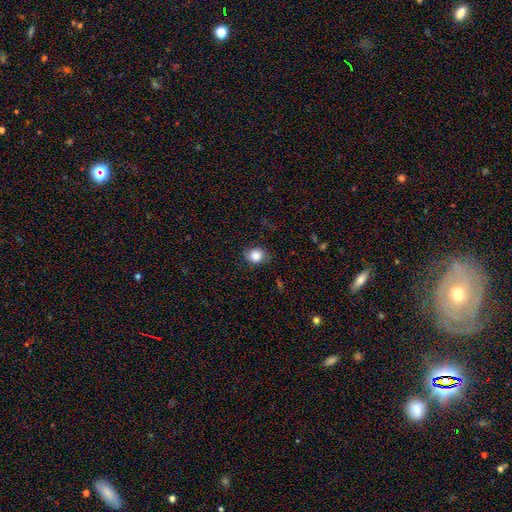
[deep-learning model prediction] This appears to be a smooth galaxy with no disk features (86%) that is round (68%). Merging: none (80%).